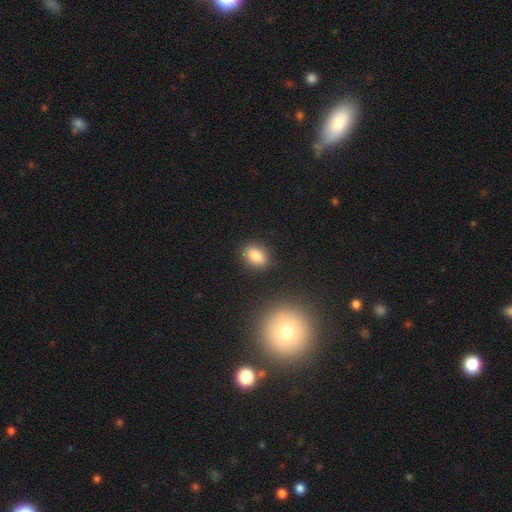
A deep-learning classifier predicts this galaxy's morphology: Smooth or featured: smooth — 84% (star or artifact — 10%)
How rounded: in between — 70% (round — 28%)
Merging: none — 87% (minor disturbance — 9%)